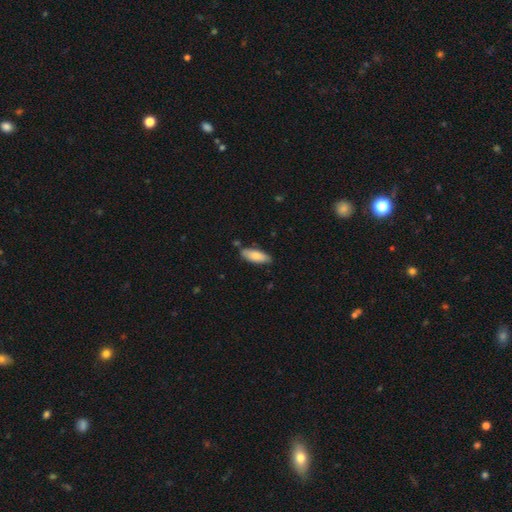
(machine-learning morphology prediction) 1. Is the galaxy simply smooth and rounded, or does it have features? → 79% smooth, 15% featured or disk, 6% star or artifact.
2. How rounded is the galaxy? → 70% in between, 28% cigar-shaped, 2% round.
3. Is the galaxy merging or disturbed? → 77% none, 16% minor disturbance, 4% merger, 3% major disturbance.